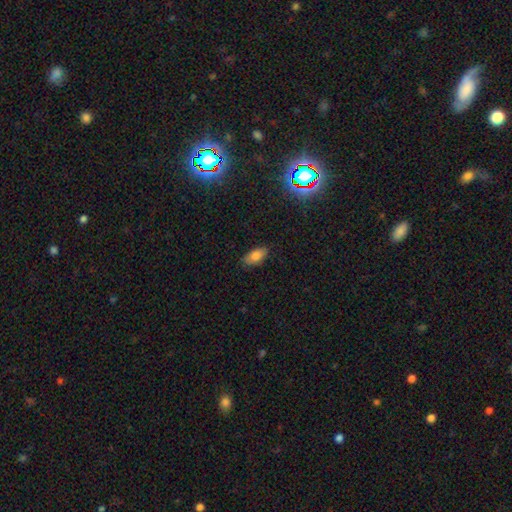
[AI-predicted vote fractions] Morphology: type=smooth (80%); roundness=in between (91%); merging=none (84%).